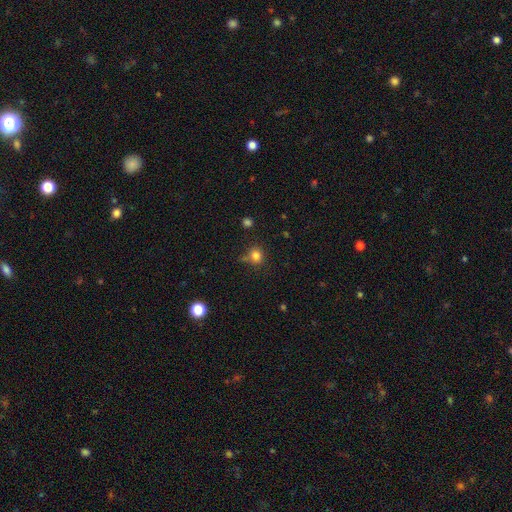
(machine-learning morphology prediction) Smooth or featured? Predicted: smooth (p=0.81). How rounded? Predicted: round (p=0.84). Merging? Predicted: none (p=0.70).